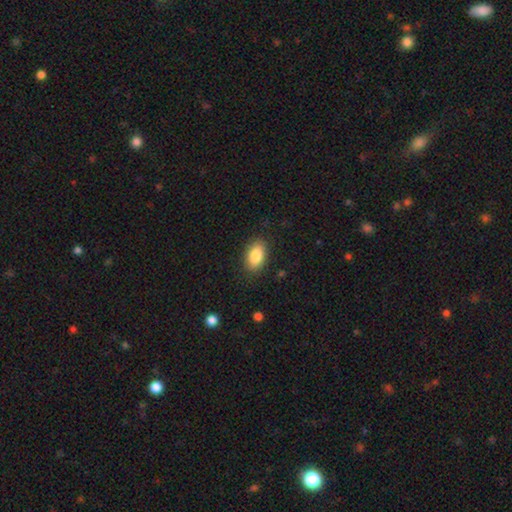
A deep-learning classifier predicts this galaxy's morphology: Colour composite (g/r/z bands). It shows a smooth galaxy with no disk features (86%) that is in between round and cigar-shaped (91%). Merging: none (87%).